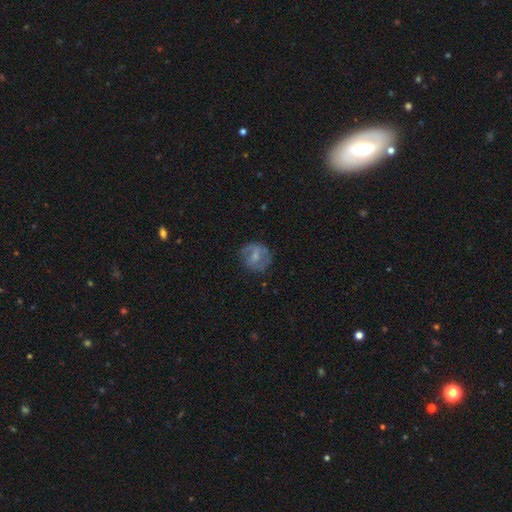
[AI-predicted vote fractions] featured or disk 47%, smooth 45%, star or artifact 8%. Down the decision tree: merging — none (69%).